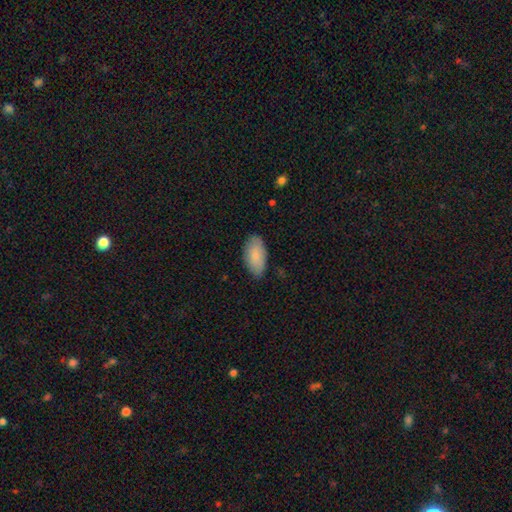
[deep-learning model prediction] smooth 86%, featured or disk 8%, star or artifact 6%. Down the decision tree: how rounded — in between (95%); merging — none (82%).